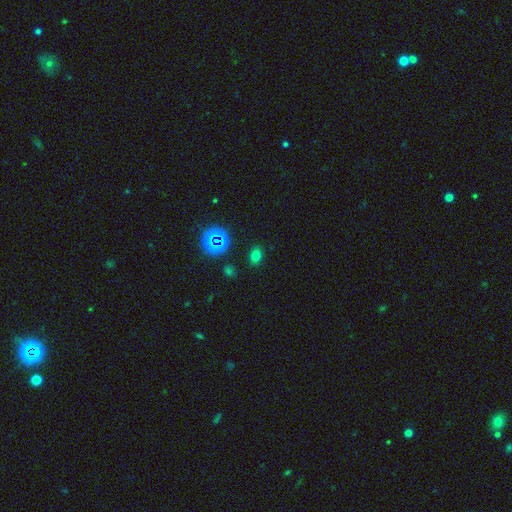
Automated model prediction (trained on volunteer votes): This appears to be a smooth galaxy with no disk features (68%) that is in between round and cigar-shaped (62%). Merging: none (85%).